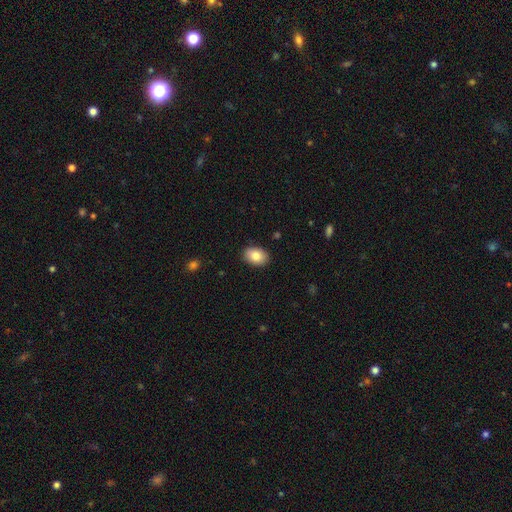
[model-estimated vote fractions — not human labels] The model was most divided on "how rounded": in between: 82%, round: 17%, cigar-shaped: 1%. More confident: merging — none (88%); smooth or featured — smooth (86%).